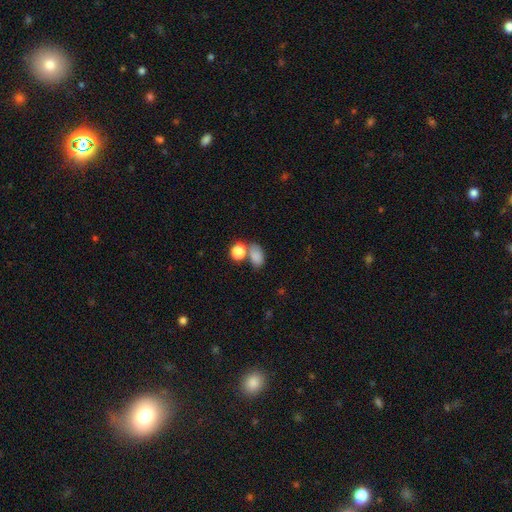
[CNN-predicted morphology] A smooth galaxy with no disk features (81%) that is in between round and cigar-shaped (78%). Merging: none (51%).